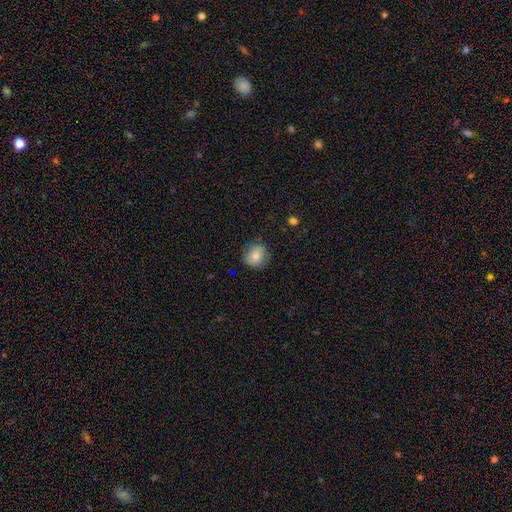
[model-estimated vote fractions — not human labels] This is likely a smooth galaxy (79%). How rounded: clearly round (81%). Merging: clearly none (81%).